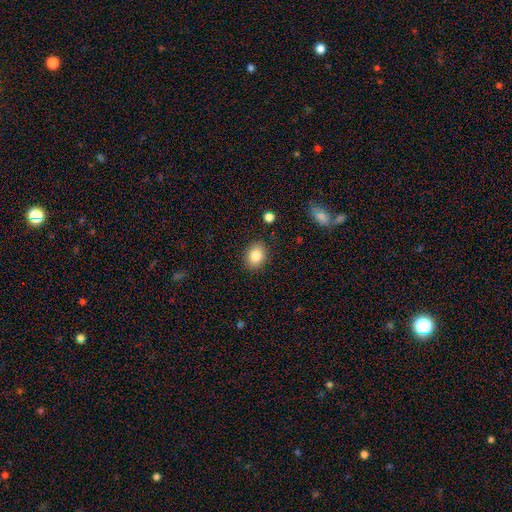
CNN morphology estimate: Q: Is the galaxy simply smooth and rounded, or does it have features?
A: smooth — 84%.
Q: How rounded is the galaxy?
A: in between — 56%.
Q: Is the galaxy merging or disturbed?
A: none — 88%.